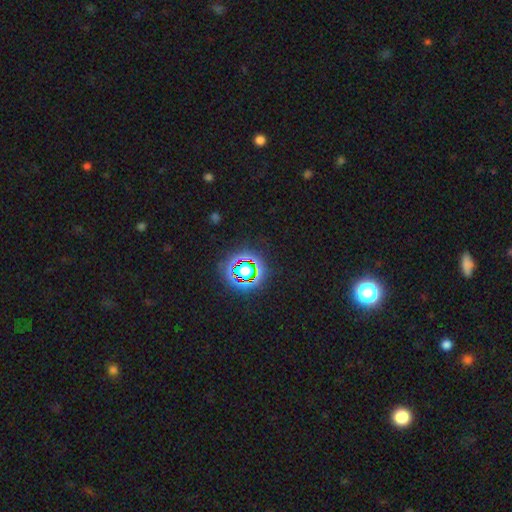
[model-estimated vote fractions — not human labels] A star or artifact, not a galaxy (79%).

Vote fractions:
- Smooth or featured? star or artifact: 79% / smooth: 13% / featured or disk: 8%